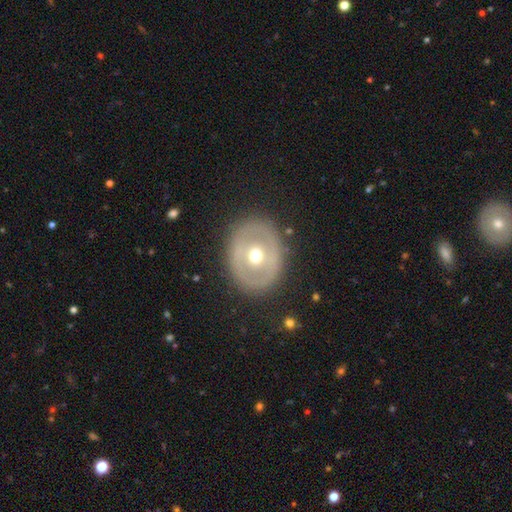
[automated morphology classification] The model was most divided on "smooth or featured": featured or disk: 57%, smooth: 36%, star or artifact: 7%. More confident: edge-on disk — no (93%); spiral arms — no (88%); merging — none (82%); bar — no (75%); bulge size — moderate (73%).